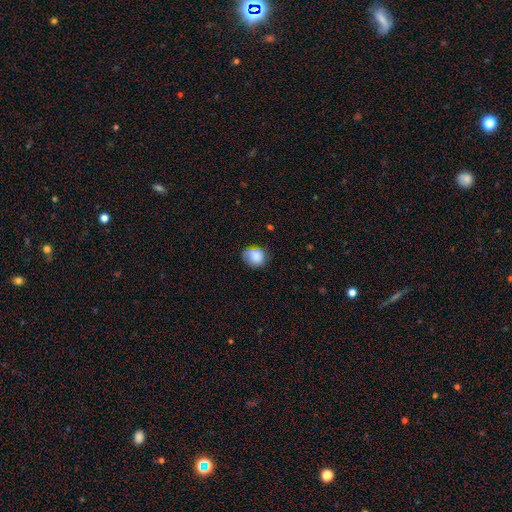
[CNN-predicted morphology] smooth_or_featured: smooth (p=0.81) [alt: featured or disk p=0.11]
how_rounded: round (p=0.69) [alt: in between p=0.31]
merging: none (p=0.58) [alt: minor disturbance p=0.31]